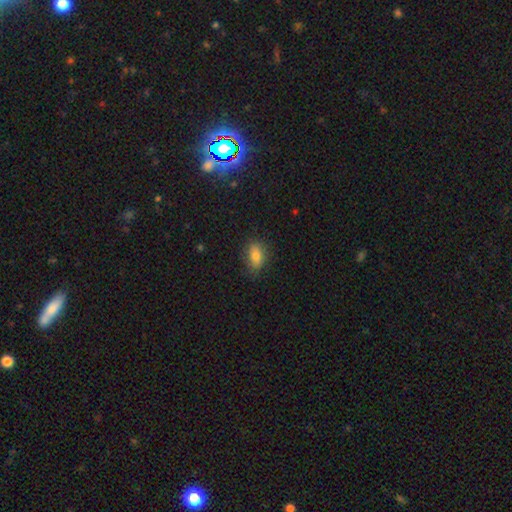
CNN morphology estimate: type=smooth (79%); roundness=in between (83%); merging=none (76%).